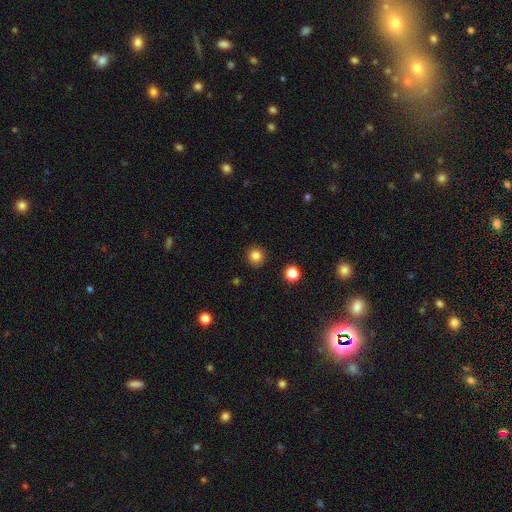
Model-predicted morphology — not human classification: Q: Smooth or featured?
A: smooth (83%); runner-up: star or artifact (12%)
Q: How rounded?
A: round (93%); runner-up: in between (6%)
Q: Merging?
A: none (90%); runner-up: minor disturbance (6%)